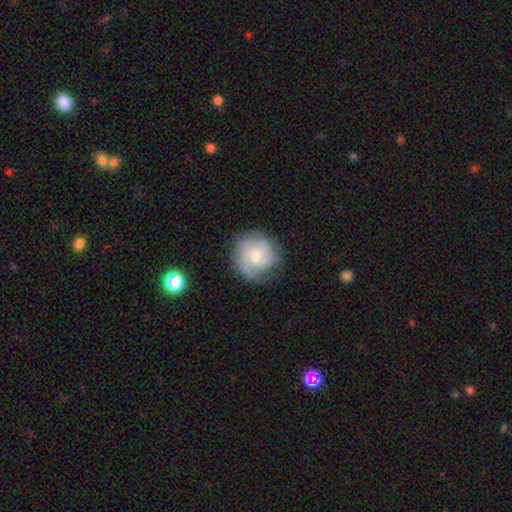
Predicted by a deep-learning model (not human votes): smooth_or_featured: featured or disk (p=0.54) [alt: smooth p=0.39]
disk_edge_on: no (p=0.98) [alt: yes p=0.02]
bar: no (p=0.63) [alt: weak p=0.33]
has_spiral_arms: yes (p=0.87) [alt: no p=0.13]
bulge_size: moderate (p=0.47) [alt: small p=0.45]
merging: none (p=0.71) [alt: minor disturbance p=0.19]